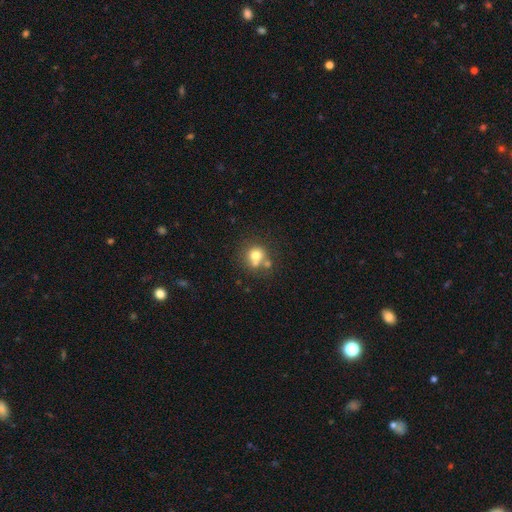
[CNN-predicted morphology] smooth 72%, featured or disk 16%, star or artifact 12%. Down the decision tree: how rounded — round (85%); merging — none (50%).